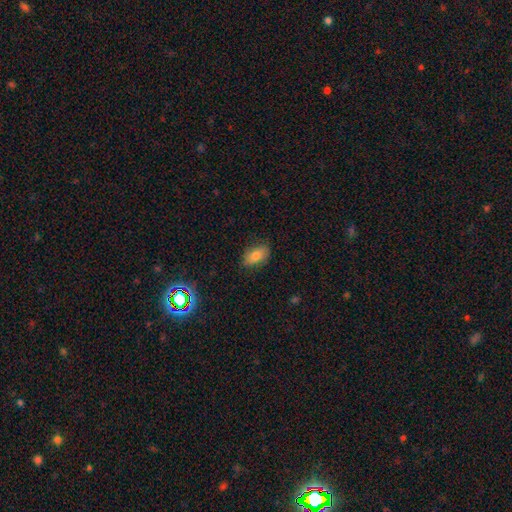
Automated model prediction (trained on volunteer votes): smooth_or_featured: smooth (p=0.77) [alt: featured or disk p=0.14]
how_rounded: in between (p=0.89) [alt: round p=0.08]
merging: none (p=0.81) [alt: minor disturbance p=0.15]